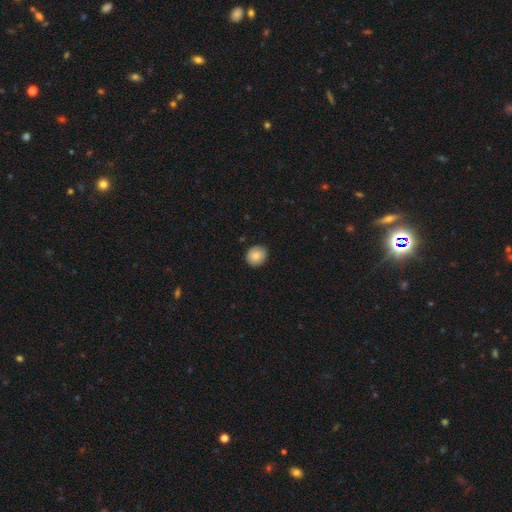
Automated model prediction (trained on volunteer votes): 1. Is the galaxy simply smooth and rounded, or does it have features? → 82% smooth, 10% featured or disk, 8% star or artifact.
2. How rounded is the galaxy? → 78% round, 21% in between, 1% cigar-shaped.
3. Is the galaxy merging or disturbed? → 85% none, 12% minor disturbance, 2% major disturbance, 1% merger.